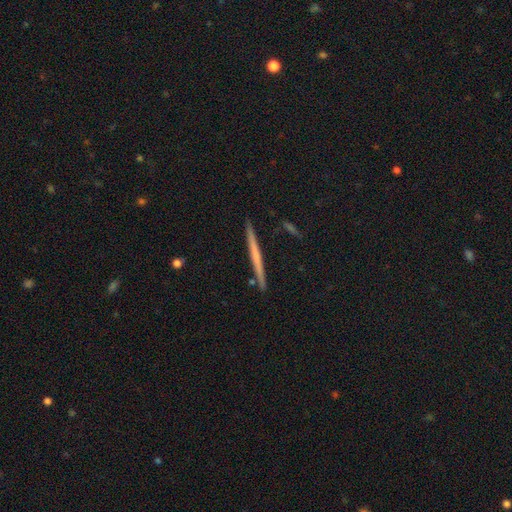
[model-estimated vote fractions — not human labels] This is possibly a featured or disk galaxy (53%). It is clearly viewed edge-on (98%). Edge-on bulge: clearly none (84%). Merging: clearly none (91%).